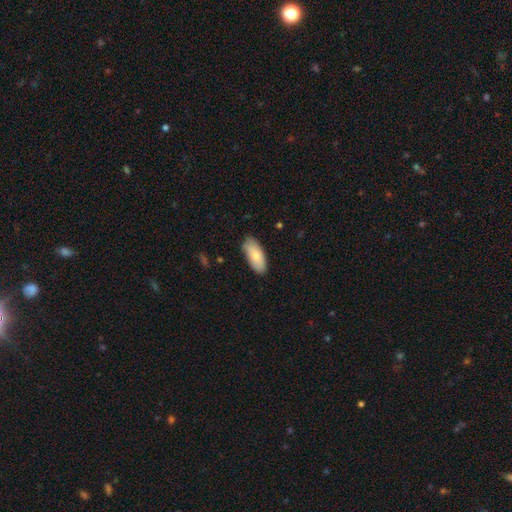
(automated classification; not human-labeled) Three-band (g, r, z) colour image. It shows a smooth galaxy with no disk features (81%) that is in between round and cigar-shaped (87%). Merging: none (82%).